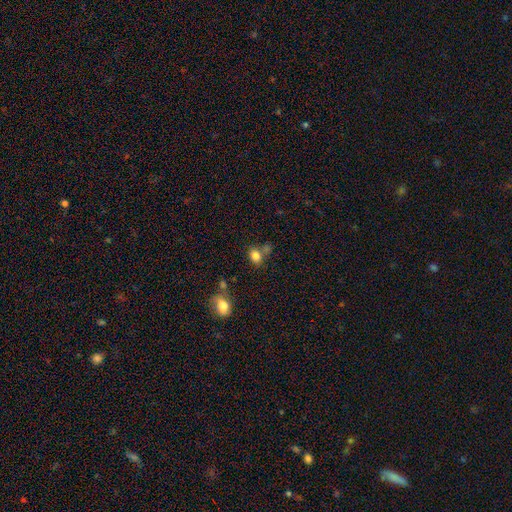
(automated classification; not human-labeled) Q: Smooth or featured?
A: smooth (82%); runner-up: star or artifact (11%)
Q: How rounded?
A: in between (63%); runner-up: round (36%)
Q: Merging?
A: none (57%); runner-up: merger (21%)